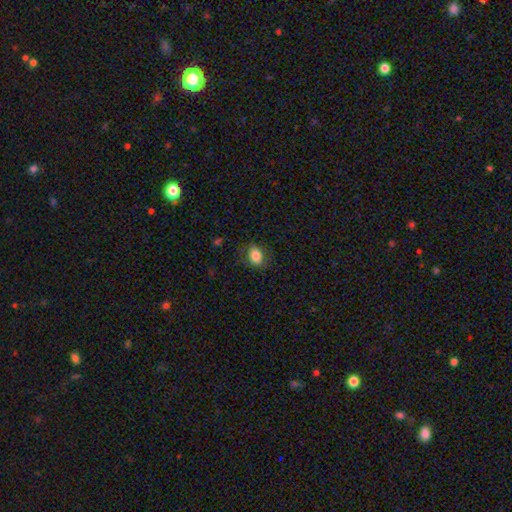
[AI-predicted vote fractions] smooth_or_featured: smooth (p=0.81) [alt: featured or disk p=0.11]
how_rounded: in between (p=0.72) [alt: round p=0.26]
merging: none (p=0.76) [alt: minor disturbance p=0.17]